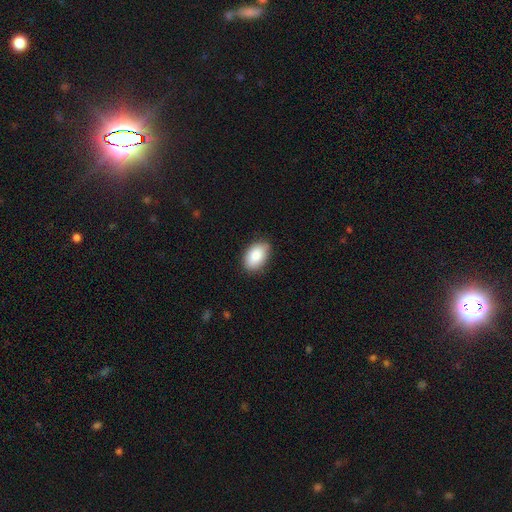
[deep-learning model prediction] The model was most divided on "merging": none: 82%, minor disturbance: 15%, major disturbance: 2%, merger: 1%. More confident: how rounded — in between (93%); smooth or featured — smooth (88%).